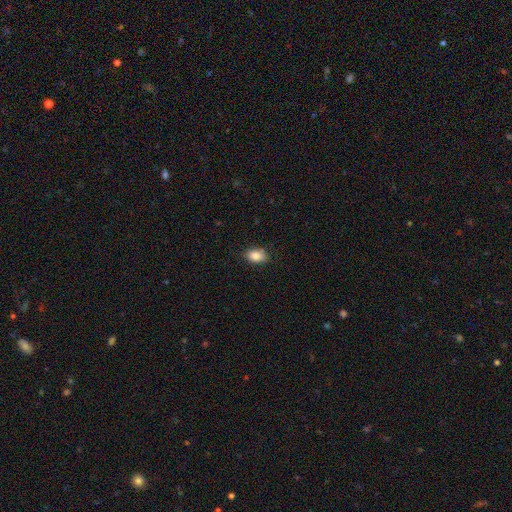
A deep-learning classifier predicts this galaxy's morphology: Q: Smooth or featured?
A: smooth (86%); runner-up: star or artifact (8%)
Q: How rounded?
A: in between (86%); runner-up: round (13%)
Q: Merging?
A: none (84%); runner-up: minor disturbance (13%)